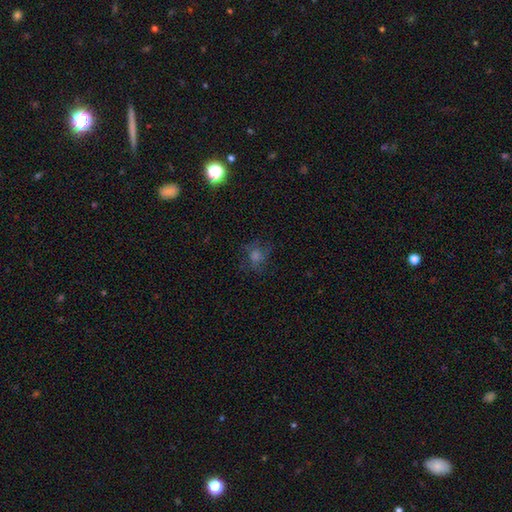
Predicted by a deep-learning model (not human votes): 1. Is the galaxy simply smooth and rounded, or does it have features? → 41% smooth, 31% star or artifact, 27% featured or disk.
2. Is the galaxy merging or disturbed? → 71% none, 16% minor disturbance, 11% major disturbance, 2% merger.